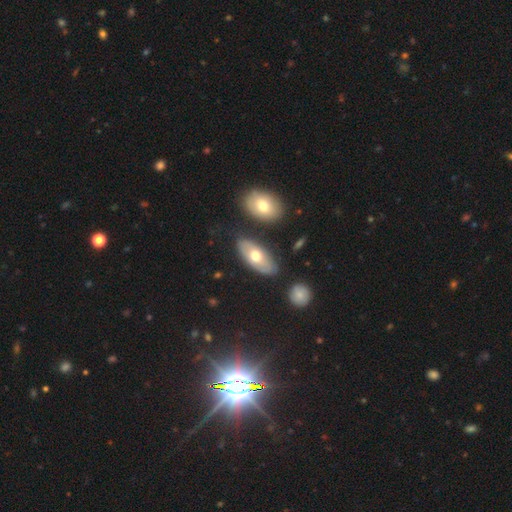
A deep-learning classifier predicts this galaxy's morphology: The model was most divided on "smooth or featured": smooth: 57%, featured or disk: 38%, star or artifact: 5%. More confident: how rounded — in between (89%); merging — none (77%).